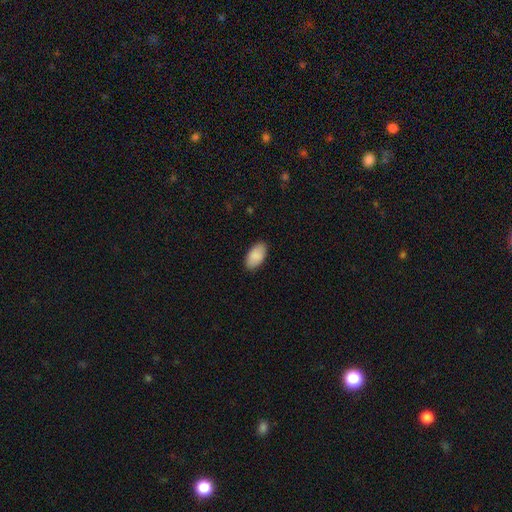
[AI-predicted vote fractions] Overall: smooth (90%). How rounded: in between (96%). Merging: none (88%).